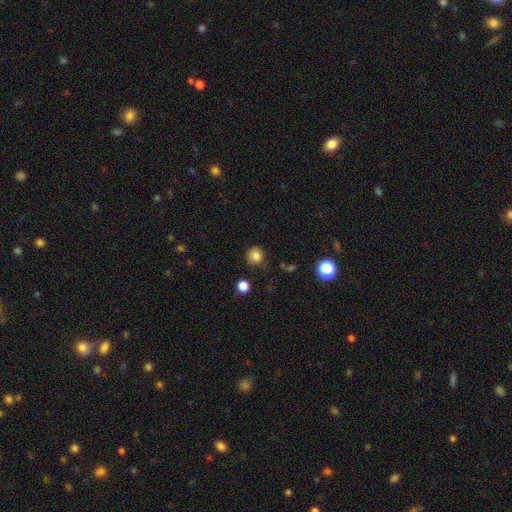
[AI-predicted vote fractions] smooth-or-featured: smooth: 83% | star or artifact: 12% | featured or disk: 5%
  how-rounded: round: 89% | in between: 10% | cigar-shaped: 1%
  merging: none: 81% | minor disturbance: 13% | major disturbance: 4% | merger: 3%